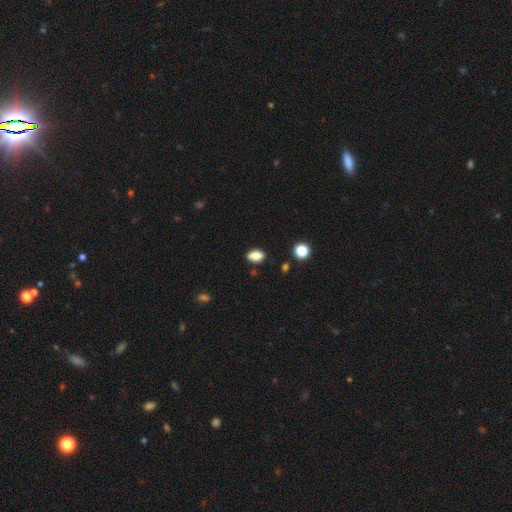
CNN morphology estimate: Smooth or featured? smooth (86%)
How rounded? in between (87%)
Merging? none (85%)